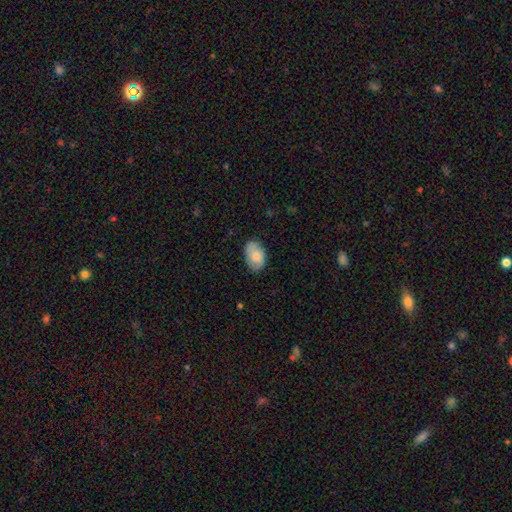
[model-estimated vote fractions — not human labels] Smooth or featured: smooth — 76% (featured or disk — 18%)
How rounded: in between — 89% (round — 10%)
Merging: none — 74% (minor disturbance — 20%)